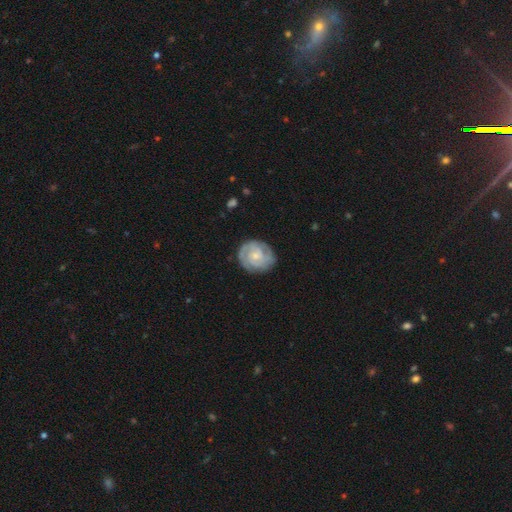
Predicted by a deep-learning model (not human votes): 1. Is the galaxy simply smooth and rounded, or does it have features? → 80% featured or disk, 15% smooth, 5% star or artifact.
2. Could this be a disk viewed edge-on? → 98% no, 2% yes.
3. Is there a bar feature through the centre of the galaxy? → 61% no, 33% weak, 5% strong.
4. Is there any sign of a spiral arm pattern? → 95% yes, 5% no.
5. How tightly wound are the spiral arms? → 68% tight, 27% medium, 5% loose.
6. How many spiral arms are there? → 50% 2, 21% 3, 18% can't tell, 4% 4, 4% 1, 4% more than 4.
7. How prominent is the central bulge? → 61% small, 28% moderate, 8% none, 2% large, 1% dominant.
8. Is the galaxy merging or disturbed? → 82% none, 14% minor disturbance, 4% major disturbance, 1% merger.